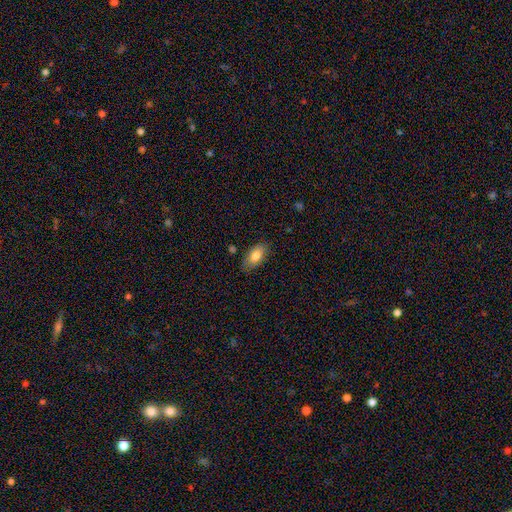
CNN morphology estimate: The model was most divided on "smooth or featured": smooth: 79%, featured or disk: 14%, star or artifact: 7%. More confident: how rounded — in between (90%); merging — none (81%).